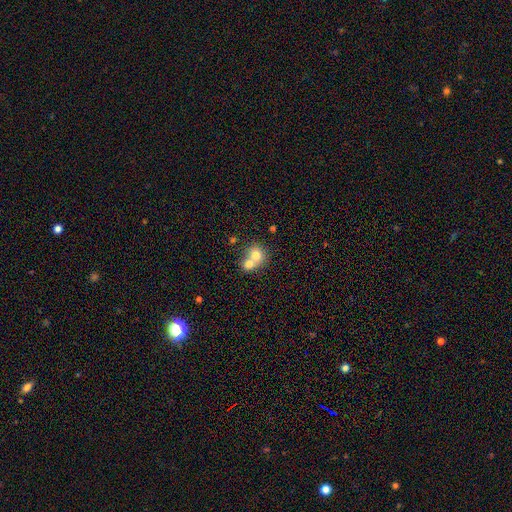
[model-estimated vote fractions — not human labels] Smooth or featured?
  - smooth: 73% *
  - featured or disk: 18%
  - star or artifact: 10%
How rounded?
  - round: 74% *
  - in between: 25%
  - cigar-shaped: 1%
Merging?
  - merger: 68% *
  - none: 25%
  - minor disturbance: 5%
  - major disturbance: 2%